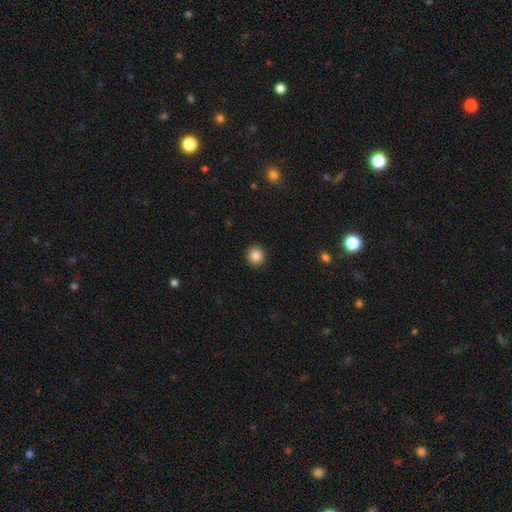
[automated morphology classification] This appears to be a smooth galaxy with no disk features (85%) that is round (91%). Merging: none (92%).